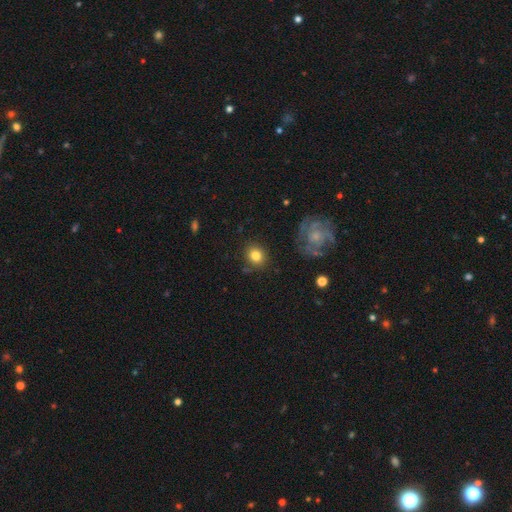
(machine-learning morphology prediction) A smooth galaxy with no disk features (81%) that is round (75%).

Vote fractions:
- Smooth or featured? smooth: 81% / featured or disk: 10% / star or artifact: 9%
- How rounded? round: 75% / in between: 24% / cigar-shaped: 1%
- Merging? none: 81% / minor disturbance: 12% / major disturbance: 4% / merger: 3%